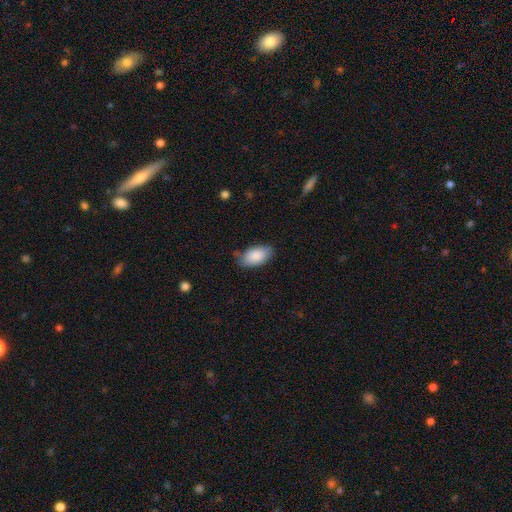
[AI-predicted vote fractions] smooth 88%, featured or disk 6%, star or artifact 6%. Down the decision tree: how rounded — in between (94%); merging — none (76%).